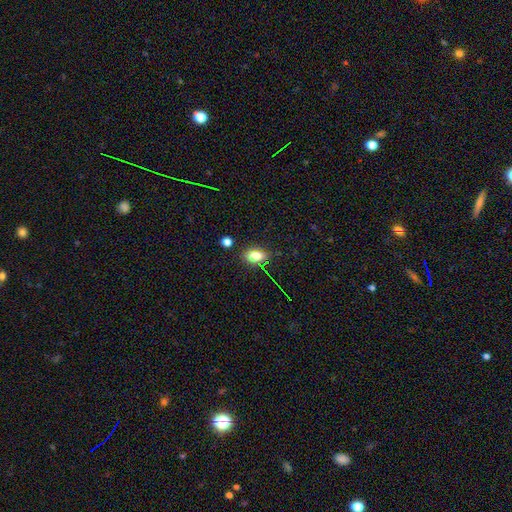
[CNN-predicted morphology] A smooth galaxy with no disk features (75%) that is in between round and cigar-shaped (79%). Merging: none (81%).